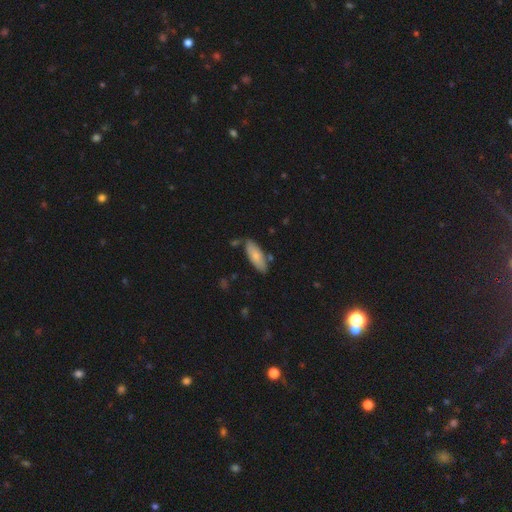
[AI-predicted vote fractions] smooth_or_featured: smooth (p=0.75) [alt: featured or disk p=0.19]
how_rounded: in between (p=0.71) [alt: cigar-shaped p=0.27]
merging: none (p=0.75) [alt: minor disturbance p=0.17]